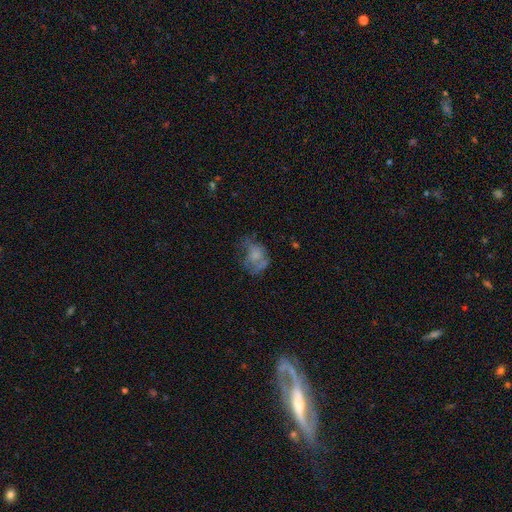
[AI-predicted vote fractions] smooth-or-featured: smooth: 49% | featured or disk: 38% | star or artifact: 13%
  merging: none: 37% | major disturbance: 33% | minor disturbance: 26% | merger: 4%